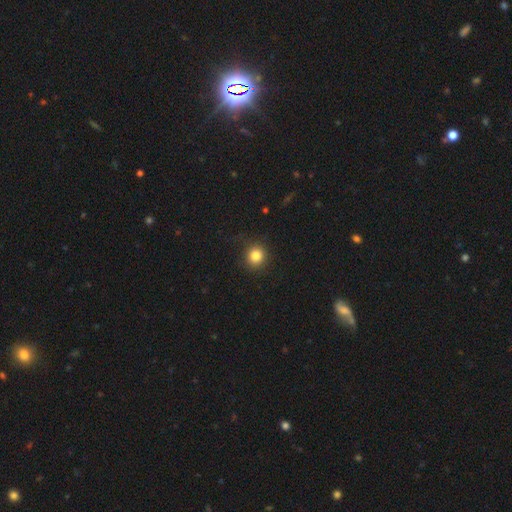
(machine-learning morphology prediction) smooth 83%, star or artifact 11%, featured or disk 5%. Down the decision tree: how rounded — round (90%); merging — none (86%).